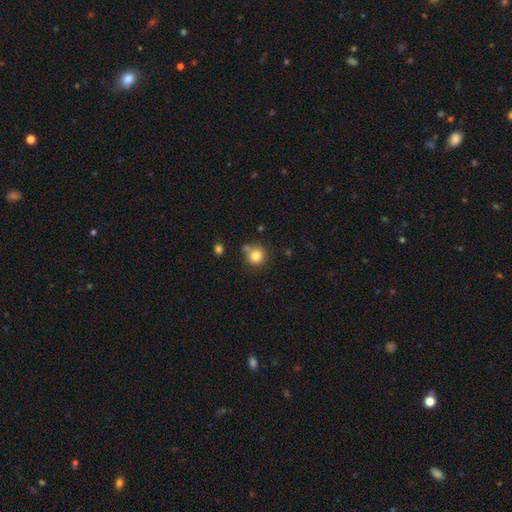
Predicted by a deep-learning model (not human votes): Overall: smooth (81%). How rounded: round (88%). Merging: none (63%).